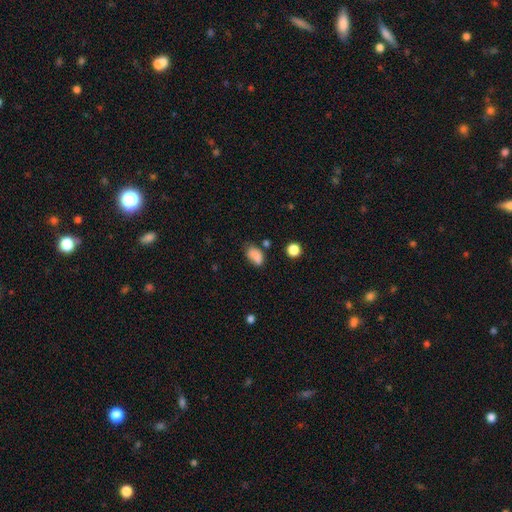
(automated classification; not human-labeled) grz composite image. It shows a smooth galaxy with no disk features (82%) that is in between round and cigar-shaped (87%). Merging: none (53%).